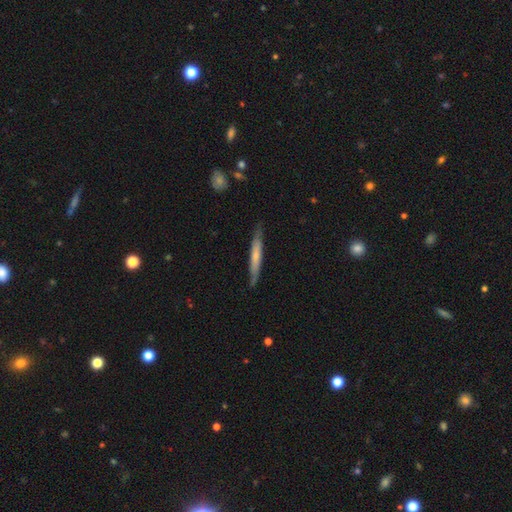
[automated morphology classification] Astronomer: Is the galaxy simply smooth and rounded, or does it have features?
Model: smooth — 53% (runner-up: featured or disk, 42%).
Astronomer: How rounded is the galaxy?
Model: cigar-shaped — 95%.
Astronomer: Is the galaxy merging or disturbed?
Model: none — 80%.